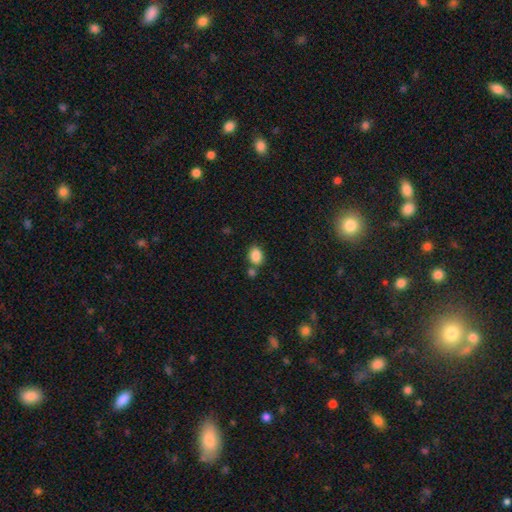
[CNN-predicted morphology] Overall: smooth (86%). How rounded: in between (69%; round 30%). Merging: none (65%).